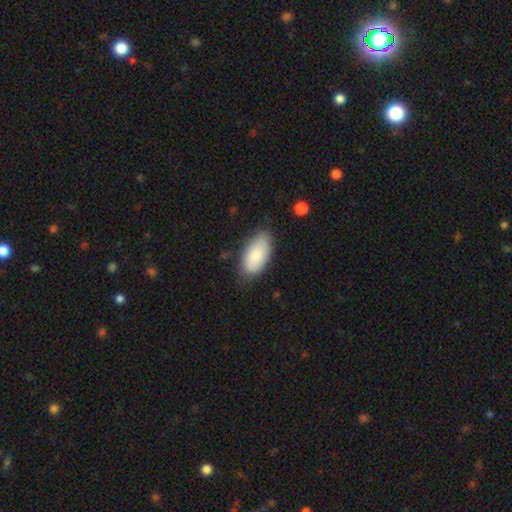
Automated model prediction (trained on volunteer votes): This appears to be a smooth galaxy with no disk features (82%) that is in between round and cigar-shaped (94%). Merging: none (74%).